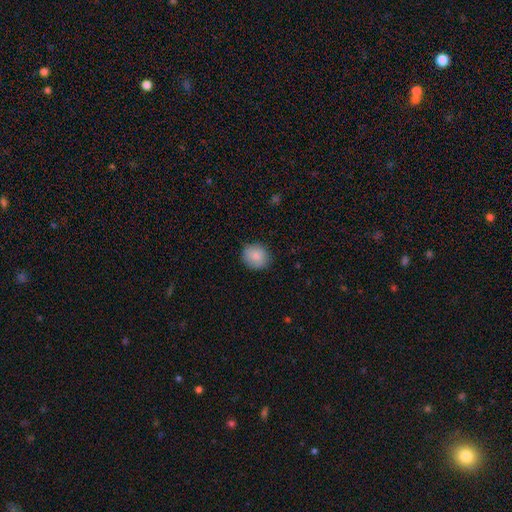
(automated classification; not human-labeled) Smooth or featured? smooth (86%)
How rounded? round (82%)
Merging? none (87%)